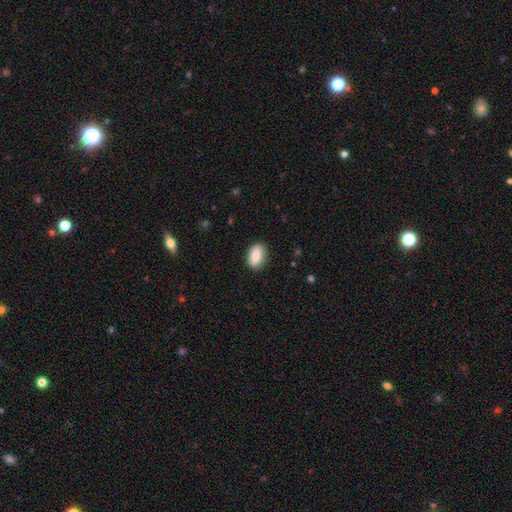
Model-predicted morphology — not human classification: smooth 86%, featured or disk 8%, star or artifact 7%. Down the decision tree: how rounded — in between (90%); merging — none (86%).